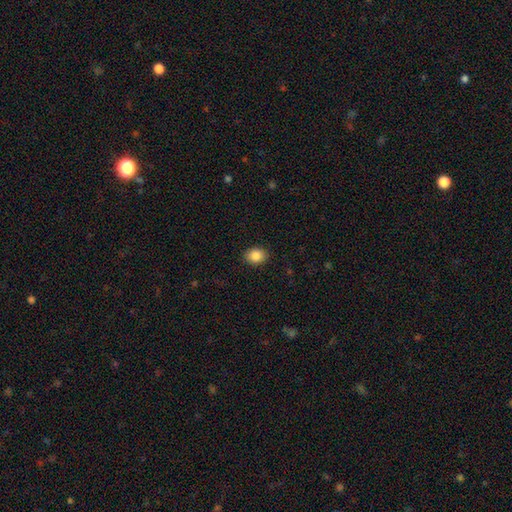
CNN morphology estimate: Smooth or featured: smooth — 86% (star or artifact — 9%)
How rounded: in between — 52% (round — 47%)
Merging: none — 89% (minor disturbance — 8%)